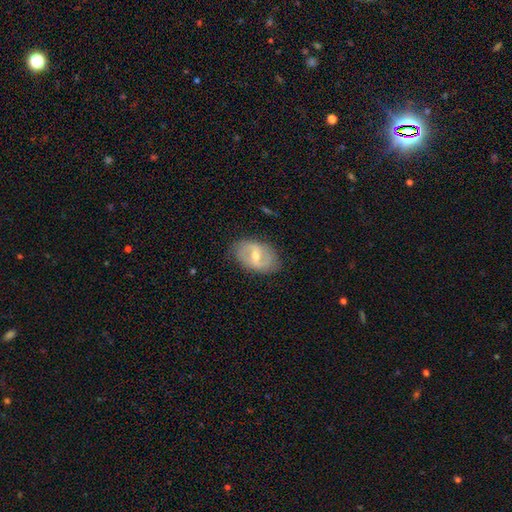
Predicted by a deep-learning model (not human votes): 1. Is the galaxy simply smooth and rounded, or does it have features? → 73% featured or disk, 20% smooth, 6% star or artifact.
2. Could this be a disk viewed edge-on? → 95% no, 5% yes.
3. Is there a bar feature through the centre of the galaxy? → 50% weak, 35% strong, 15% no.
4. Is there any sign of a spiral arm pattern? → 77% yes, 23% no.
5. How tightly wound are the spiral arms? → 42% medium, 32% loose, 26% tight.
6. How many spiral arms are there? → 82% 2, 12% can't tell, 2% 1, 2% 3, 1% 4, 1% more than 4.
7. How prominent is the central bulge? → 58% moderate, 38% small, 2% large, 1% none, 1% dominant.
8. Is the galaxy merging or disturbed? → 80% none, 15% minor disturbance, 4% major disturbance, 1% merger.